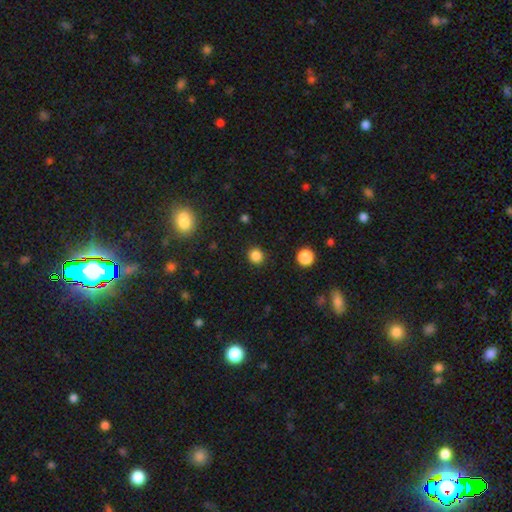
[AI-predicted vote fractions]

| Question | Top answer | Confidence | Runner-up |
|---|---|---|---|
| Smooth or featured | smooth | 84% | star or artifact (13%) |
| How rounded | round | 91% | in between (8%) |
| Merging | none | 91% | minor disturbance (6%) |